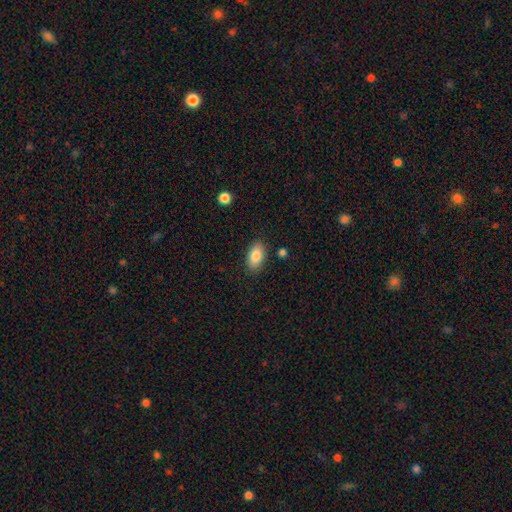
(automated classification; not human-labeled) smooth 84%, featured or disk 9%, star or artifact 7%. Down the decision tree: how rounded — in between (91%); merging — none (86%).